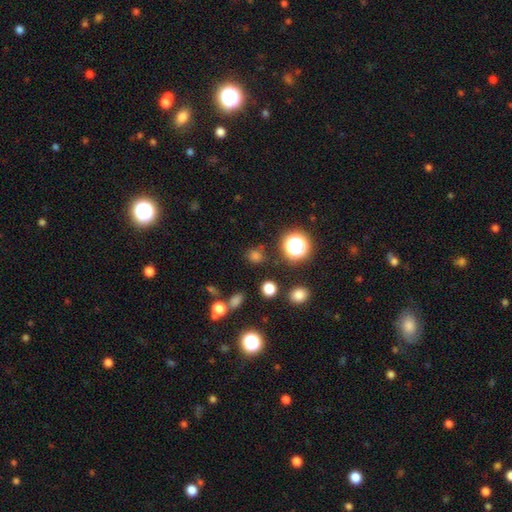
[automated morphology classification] The model was most divided on "smooth or featured": smooth: 67%, star or artifact: 28%, featured or disk: 6%. More confident: how rounded — round (83%); merging — none (81%).